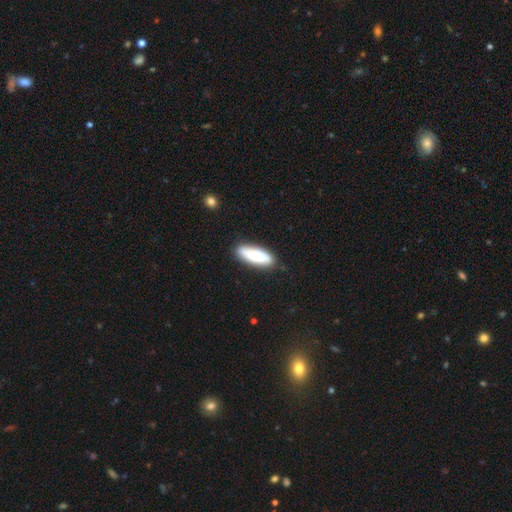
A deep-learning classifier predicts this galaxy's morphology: Smooth or featured: smooth — 84% (featured or disk — 11%)
How rounded: in between — 55% (cigar-shaped — 43%)
Merging: none — 87% (minor disturbance — 10%)